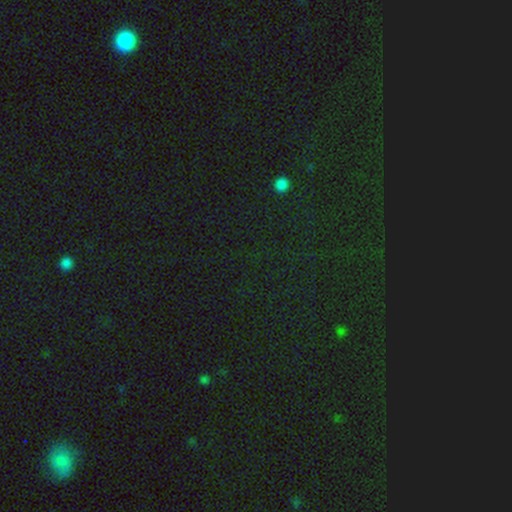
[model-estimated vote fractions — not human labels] smooth-or-featured: star or artifact: 78% | smooth: 15% | featured or disk: 7%